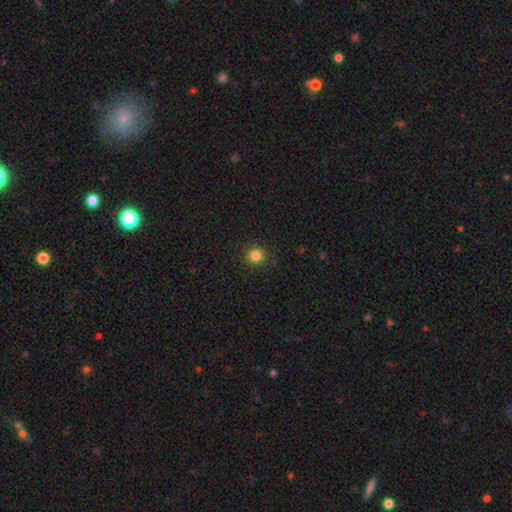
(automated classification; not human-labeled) Smooth or featured? Predicted: smooth (p=0.84). How rounded? Predicted: round (p=0.91). Merging? Predicted: none (p=0.88).